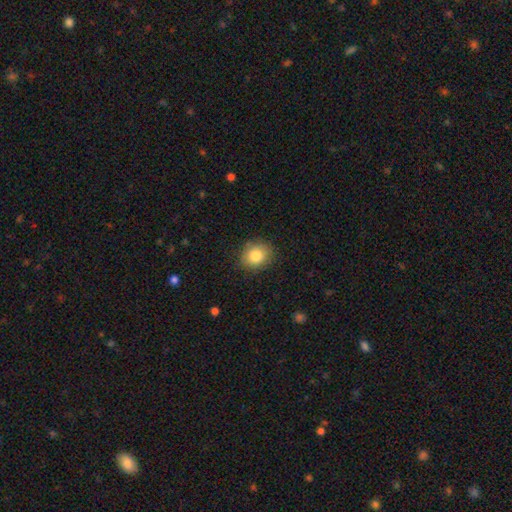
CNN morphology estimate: smooth 83%, star or artifact 9%, featured or disk 8%. Down the decision tree: how rounded — round (70%); merging — none (86%).